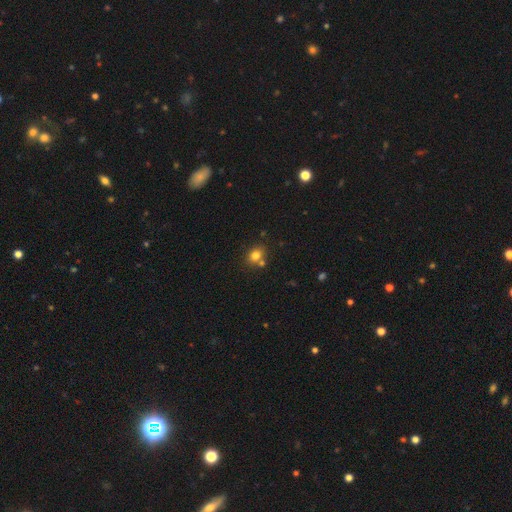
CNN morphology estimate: type=smooth (79%); roundness=round (64%); merging=none (66%).